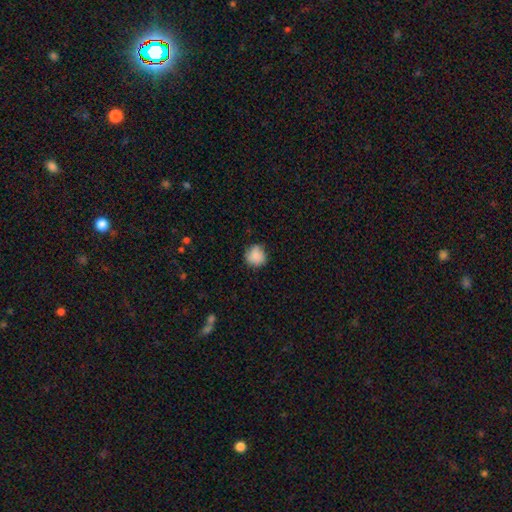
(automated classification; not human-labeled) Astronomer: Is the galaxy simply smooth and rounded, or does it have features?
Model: smooth — 86%.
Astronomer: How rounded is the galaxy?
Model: round — 87%.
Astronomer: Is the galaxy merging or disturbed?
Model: none — 76%.